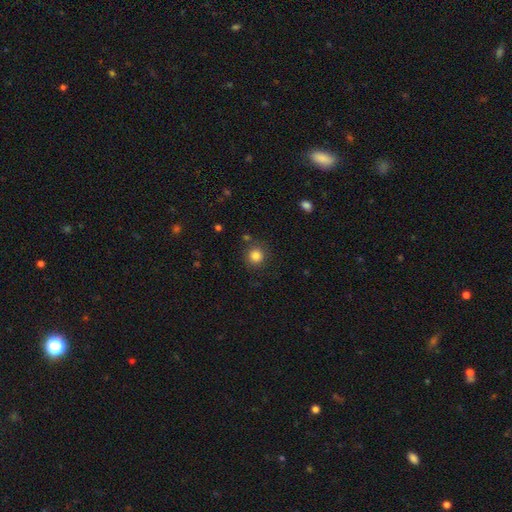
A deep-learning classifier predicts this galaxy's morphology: Q: Smooth or featured?
A: smooth (84%); runner-up: star or artifact (12%)
Q: How rounded?
A: round (91%); runner-up: in between (8%)
Q: Merging?
A: none (84%); runner-up: minor disturbance (9%)